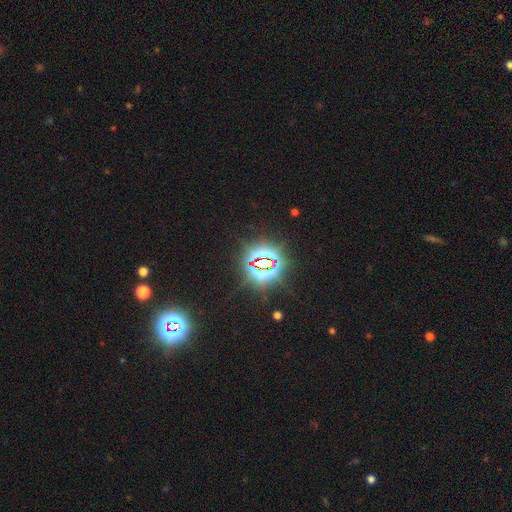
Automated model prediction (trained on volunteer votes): The model was most divided on "smooth or featured": star or artifact: 83%, smooth: 11%, featured or disk: 6%.